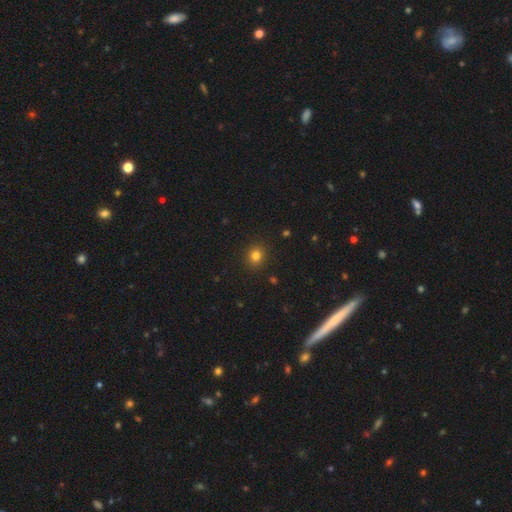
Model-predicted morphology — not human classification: A smooth galaxy with no disk features (81%) that is round (80%). Merging: none (90%).